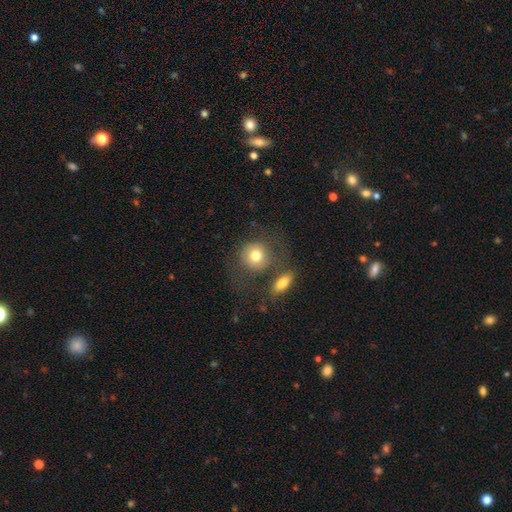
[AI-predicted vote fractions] smooth-or-featured: smooth: 75% | featured or disk: 16% | star or artifact: 8%
  how-rounded: round: 83% | in between: 16% | cigar-shaped: 1%
  merging: none: 55% | merger: 20% | minor disturbance: 15% | major disturbance: 10%